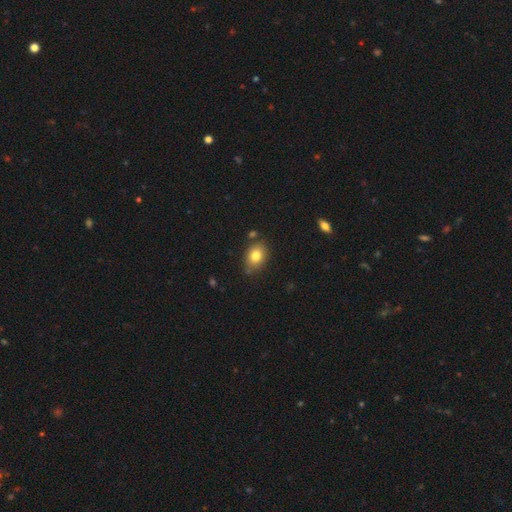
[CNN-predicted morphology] A smooth galaxy with no disk features (81%) that is in between round and cigar-shaped (68%).

Vote fractions:
- Smooth or featured? smooth: 81% / featured or disk: 10% / star or artifact: 9%
- How rounded? in between: 68% / round: 31% / cigar-shaped: 1%
- Merging? none: 79% / minor disturbance: 14% / merger: 5% / major disturbance: 3%